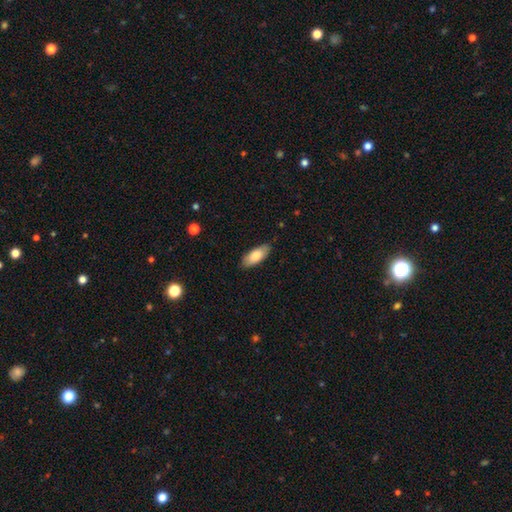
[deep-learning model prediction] smooth-or-featured: smooth: 81% | featured or disk: 13% | star or artifact: 6%
  how-rounded: in between: 83% | cigar-shaped: 16% | round: 2%
  merging: none: 85% | minor disturbance: 12% | major disturbance: 2% | merger: 1%